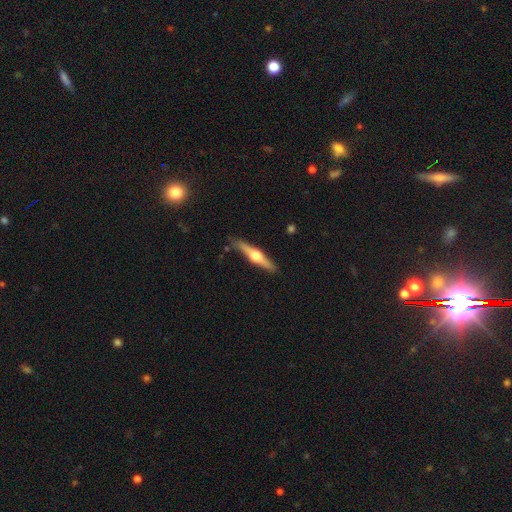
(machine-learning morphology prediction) smooth-or-featured: featured or disk: 73% | smooth: 22% | star or artifact: 5%
  disk-edge-on: yes: 97% | no: 3%
    edge-on-bulge: rounded: 96% | boxy: 2% | none: 2%
  merging: none: 86% | minor disturbance: 10% | merger: 2% | major disturbance: 2%